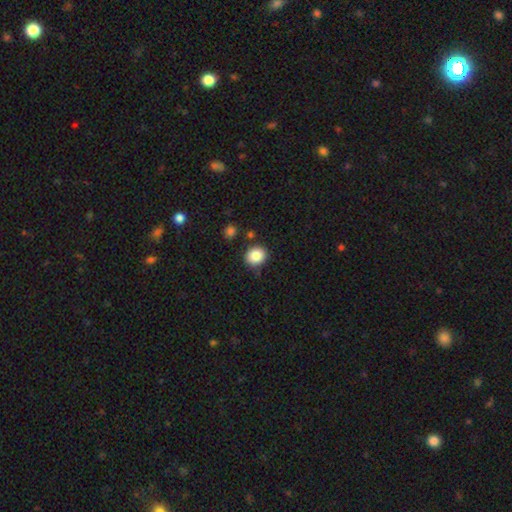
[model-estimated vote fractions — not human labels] The model was most divided on "how rounded": round: 72%, in between: 27%, cigar-shaped: 1%. More confident: smooth or featured — smooth (87%); merging — none (83%).